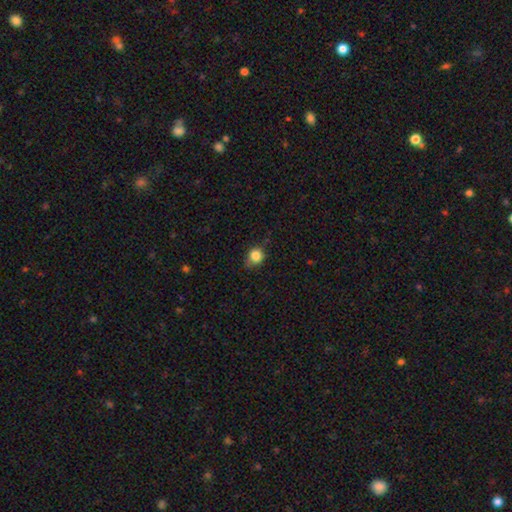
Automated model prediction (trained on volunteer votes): smooth-or-featured: smooth: 84% | star or artifact: 10% | featured or disk: 5%
  how-rounded: round: 78% | in between: 21% | cigar-shaped: 1%
  merging: none: 66% | minor disturbance: 27% | major disturbance: 6% | merger: 2%